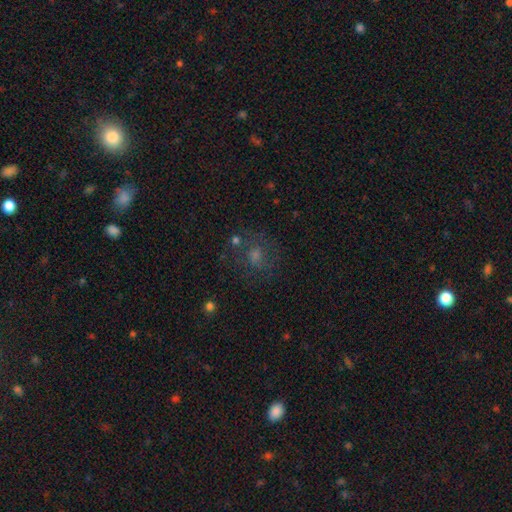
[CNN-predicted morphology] Smooth or featured? smooth (40%)
Merging? none (69%)